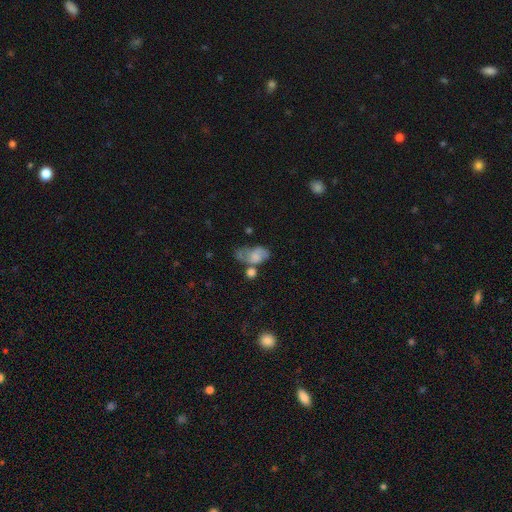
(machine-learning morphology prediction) type=smooth (53%); roundness=in between (86%); merging=none (28%).